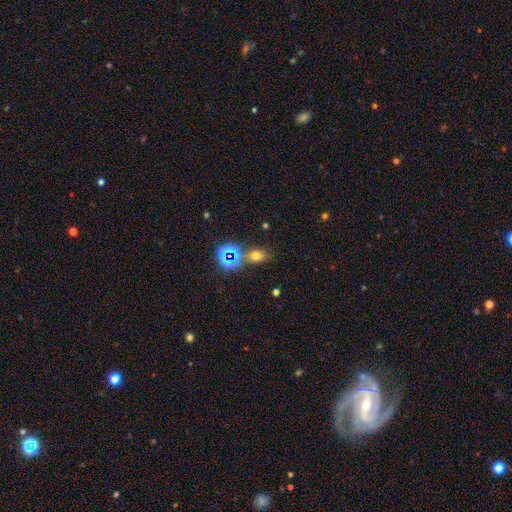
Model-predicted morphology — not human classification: Q: Smooth or featured?
A: smooth (60%); runner-up: star or artifact (30%)
Q: How rounded?
A: in between (64%); runner-up: round (34%)
Q: Merging?
A: none (70%); runner-up: minor disturbance (13%)